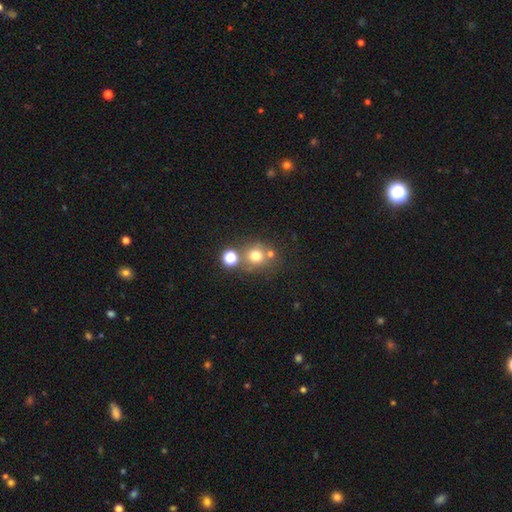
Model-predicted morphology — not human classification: Overall: smooth (70%). How rounded: round (86%). Merging: none (64%).